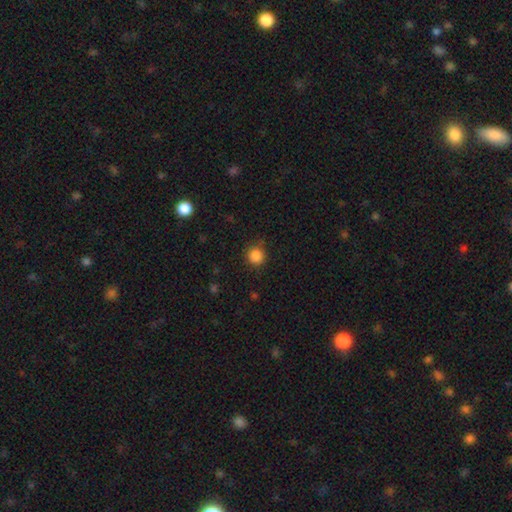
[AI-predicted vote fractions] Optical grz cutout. It shows a smooth galaxy with no disk features (86%) that is round (92%). Merging: none (85%).